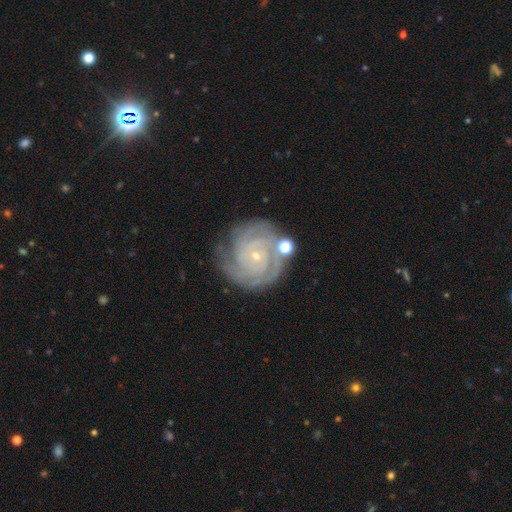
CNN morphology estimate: type=featured or disk (87%); edge-on=no (98%); bar=no (77%); spiral arms=yes (98%); winding=tight (82%); arm count=3 (29%); bulge=small (86%); merging=none (71%).